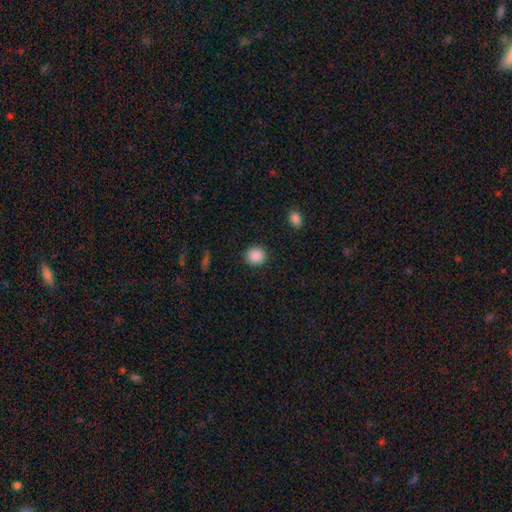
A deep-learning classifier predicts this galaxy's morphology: A smooth galaxy with no disk features (89%) that is round (89%).

Vote fractions:
- Smooth or featured? smooth: 89% / star or artifact: 9% / featured or disk: 3%
- How rounded? round: 89% / in between: 10% / cigar-shaped: 1%
- Merging? none: 91% / minor disturbance: 5% / major disturbance: 2% / merger: 1%